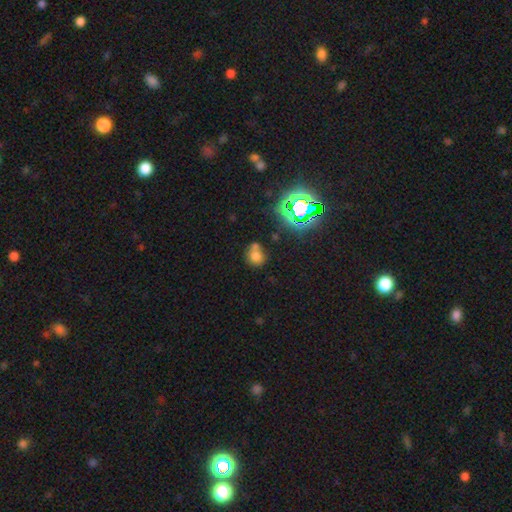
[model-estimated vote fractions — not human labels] Smooth or featured: smooth — 67% (star or artifact — 21%)
How rounded: round — 76% (in between — 23%)
Merging: none — 46% (merger — 36%)